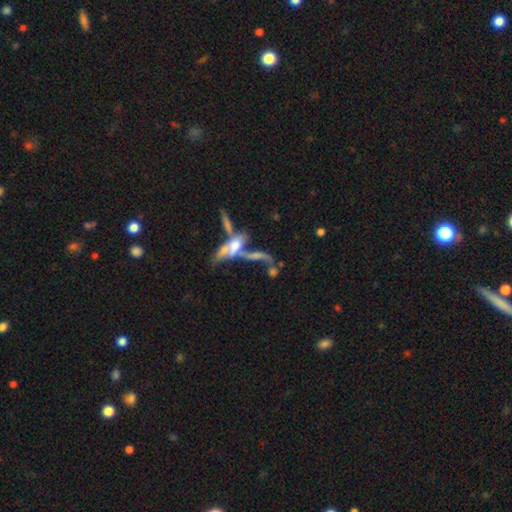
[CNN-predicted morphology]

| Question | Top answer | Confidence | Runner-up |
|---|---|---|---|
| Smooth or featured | featured or disk | 59% | smooth (28%) |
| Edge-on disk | no | 75% | yes (25%) |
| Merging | merger | 59% | major disturbance (18%) |